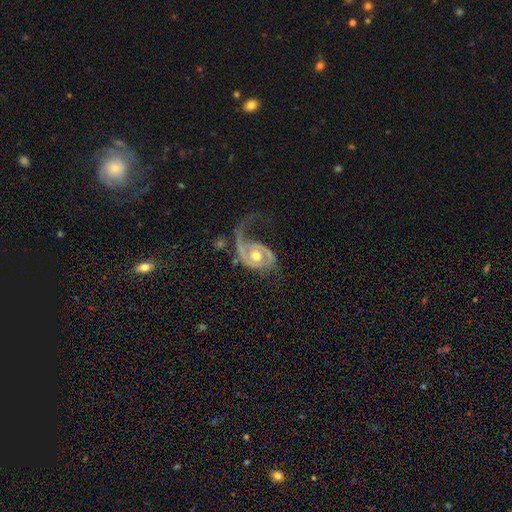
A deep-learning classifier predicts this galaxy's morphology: Q: Smooth or featured?
A: featured or disk (86%); runner-up: smooth (9%)
Q: Edge-on disk?
A: no (97%); runner-up: yes (3%)
Q: Bar?
A: no (68%); runner-up: weak (23%)
Q: Spiral arms?
A: yes (91%); runner-up: no (9%)
Q: Spiral winding?
A: loose (44%); runner-up: medium (39%)
Q: Spiral arm count?
A: 2 (50%); runner-up: 1 (43%)
Q: Bulge size?
A: moderate (75%); runner-up: large (12%)
Q: Merging?
A: major disturbance (46%); runner-up: none (31%)